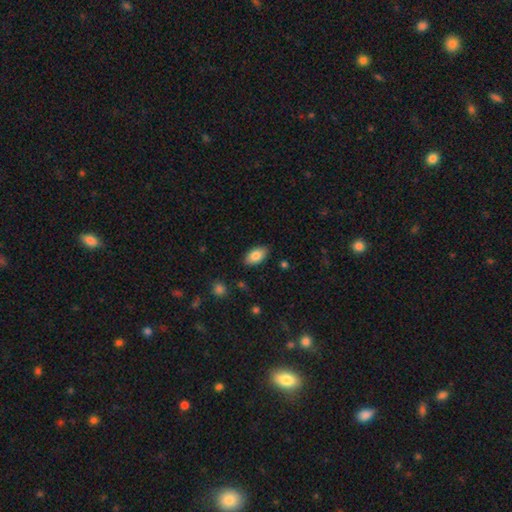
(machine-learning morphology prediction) Smooth or featured? Predicted: smooth (p=0.82). How rounded? Predicted: in between (p=0.93). Merging? Predicted: none (p=0.86).